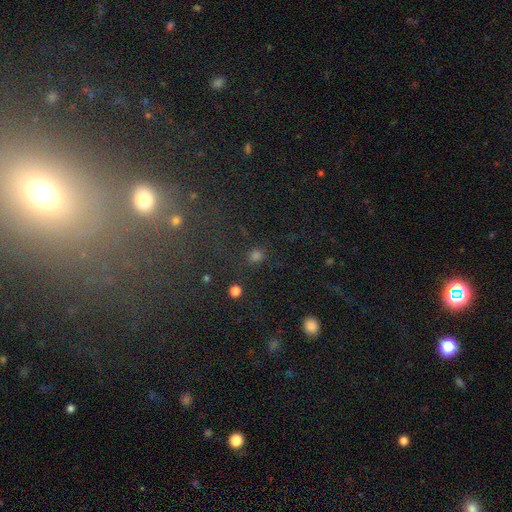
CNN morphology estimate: smooth-or-featured: smooth: 68% | star or artifact: 26% | featured or disk: 6%
  how-rounded: round: 82% | in between: 16% | cigar-shaped: 1%
  merging: none: 83% | minor disturbance: 9% | major disturbance: 4% | merger: 3%